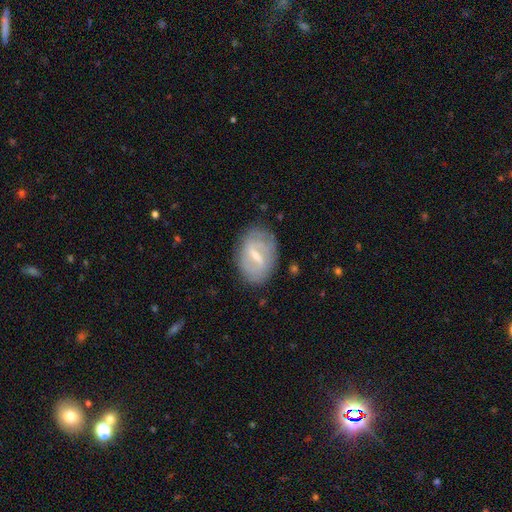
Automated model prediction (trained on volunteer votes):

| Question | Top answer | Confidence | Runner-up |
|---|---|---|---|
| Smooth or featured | featured or disk | 63% | smooth (30%) |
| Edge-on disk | no | 93% | yes (7%) |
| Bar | strong | 49% | weak (43%) |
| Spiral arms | yes | 54% | no (46%) |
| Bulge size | small | 50% | moderate (34%) |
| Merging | none | 77% | minor disturbance (17%) |